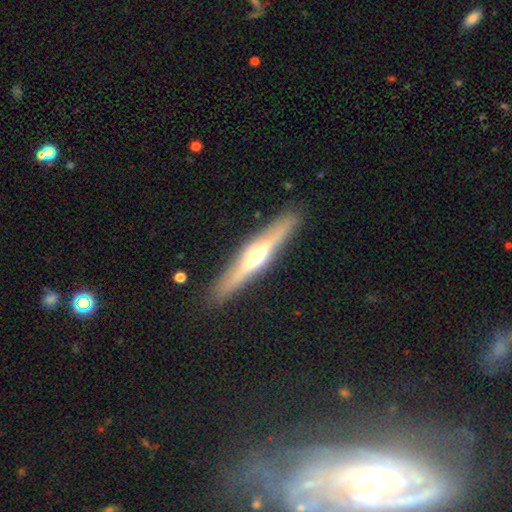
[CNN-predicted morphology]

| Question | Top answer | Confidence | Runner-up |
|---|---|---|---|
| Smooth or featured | featured or disk | 66% | smooth (27%) |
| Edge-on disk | yes | 94% | no (6%) |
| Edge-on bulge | rounded | 93% | boxy (4%) |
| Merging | none | 89% | minor disturbance (8%) |